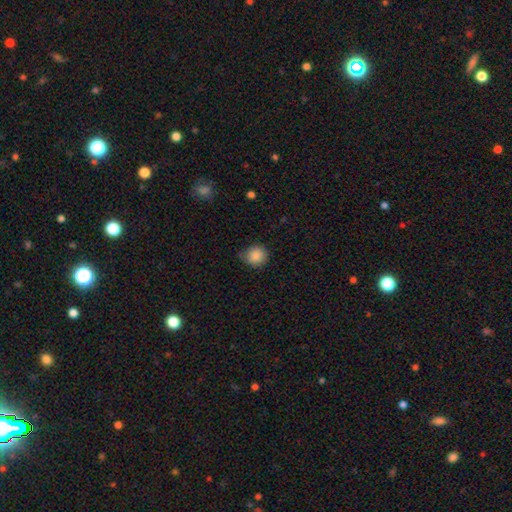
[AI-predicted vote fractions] This is clearly a smooth galaxy (88%). How rounded: clearly round (89%). Merging: likely none (79%).